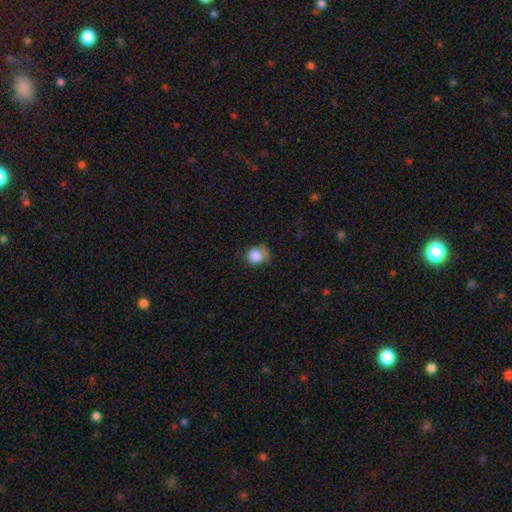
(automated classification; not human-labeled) smooth 84%, star or artifact 9%, featured or disk 7%. Down the decision tree: how rounded — round (79%); merging — none (48%).